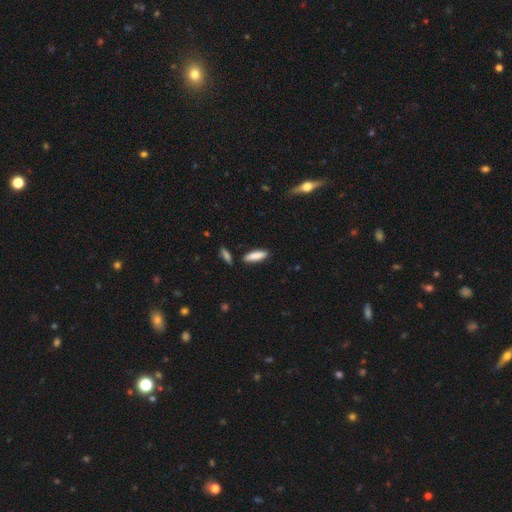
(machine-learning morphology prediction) Smooth or featured? Predicted: smooth (p=0.86). How rounded? Predicted: cigar-shaped (p=0.59). Merging? Predicted: none (p=0.85).